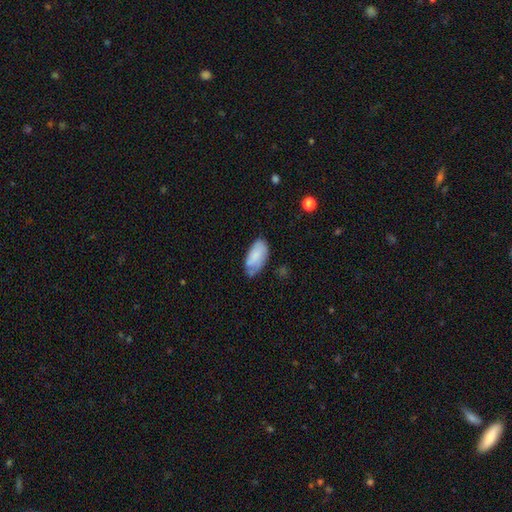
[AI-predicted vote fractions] Smooth or featured? smooth (74%)
How rounded? in between (94%)
Merging? none (52%)